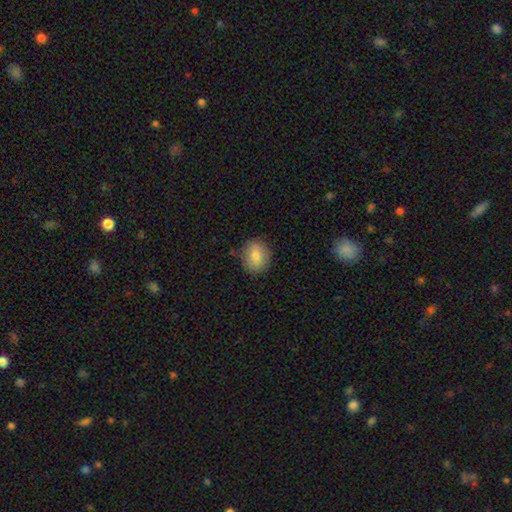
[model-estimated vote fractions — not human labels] Morphology: type=smooth (81%); roundness=round (58%); merging=none (84%).